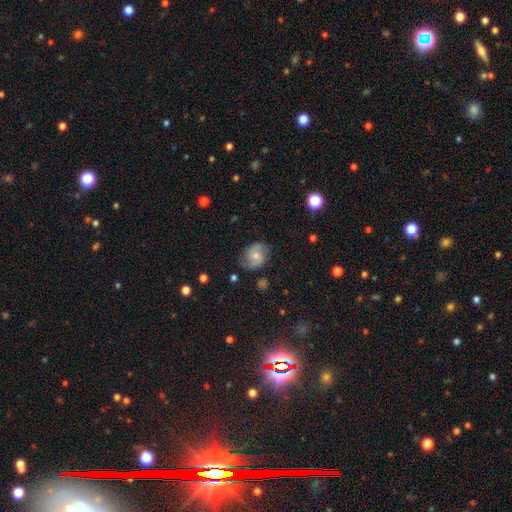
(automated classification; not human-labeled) This is possibly a featured or disk galaxy (55%). It is clearly not viewed edge-on (97%). Bar: likely no (65%). Spiral arm pattern: clearly yes (87%). Central bulge: possibly small (48%). Merging: likely none (73%).